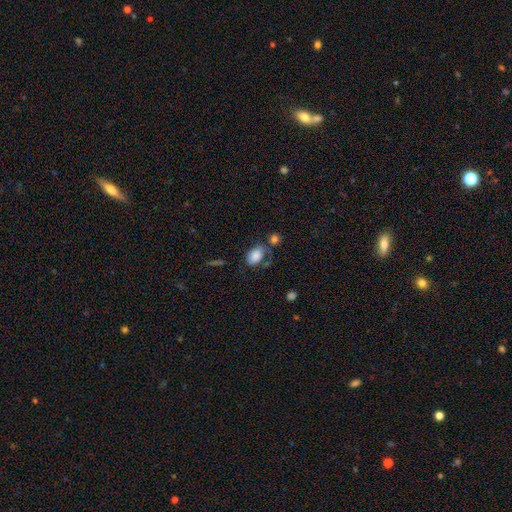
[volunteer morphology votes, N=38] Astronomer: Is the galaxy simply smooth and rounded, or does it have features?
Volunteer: smooth — 71%.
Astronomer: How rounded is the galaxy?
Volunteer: in between — 100%.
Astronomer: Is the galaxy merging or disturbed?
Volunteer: major disturbance — 49% (runner-up: none, 32%).